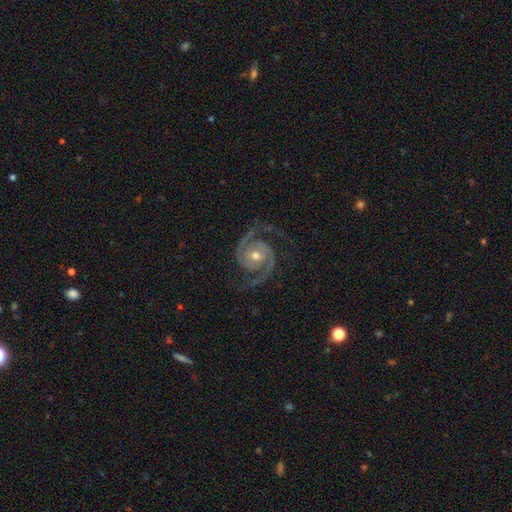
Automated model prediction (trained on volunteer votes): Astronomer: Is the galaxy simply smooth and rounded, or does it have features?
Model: featured or disk — 93%.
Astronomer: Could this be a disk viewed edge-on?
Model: no — 98%.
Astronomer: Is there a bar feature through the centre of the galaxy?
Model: no — 69%.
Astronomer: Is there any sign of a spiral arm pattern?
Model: yes — 99%.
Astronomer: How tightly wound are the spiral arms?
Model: medium — 57%.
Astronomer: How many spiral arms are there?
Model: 2 — 94%.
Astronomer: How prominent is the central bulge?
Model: moderate — 67%.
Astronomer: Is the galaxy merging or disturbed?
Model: none — 82%.